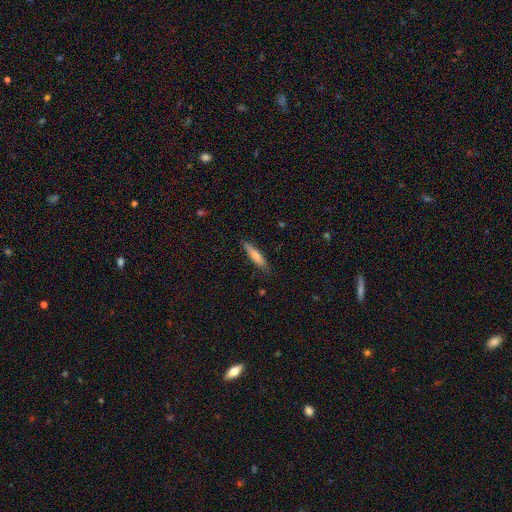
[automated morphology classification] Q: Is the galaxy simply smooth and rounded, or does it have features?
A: smooth — 72%.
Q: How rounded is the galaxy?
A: cigar-shaped — 84%.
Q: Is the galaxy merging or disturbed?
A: none — 83%.